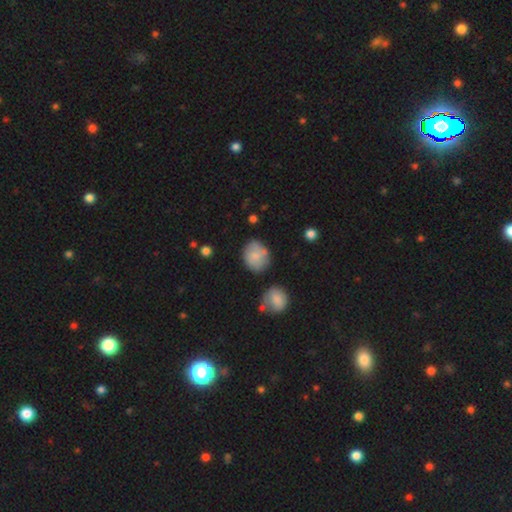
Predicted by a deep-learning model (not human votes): Smooth or featured?
  - smooth: 79% *
  - featured or disk: 13%
  - star or artifact: 8%
How rounded?
  - round: 63% *
  - in between: 36%
  - cigar-shaped: 1%
Merging?
  - none: 68% *
  - minor disturbance: 20%
  - merger: 6%
  - major disturbance: 5%